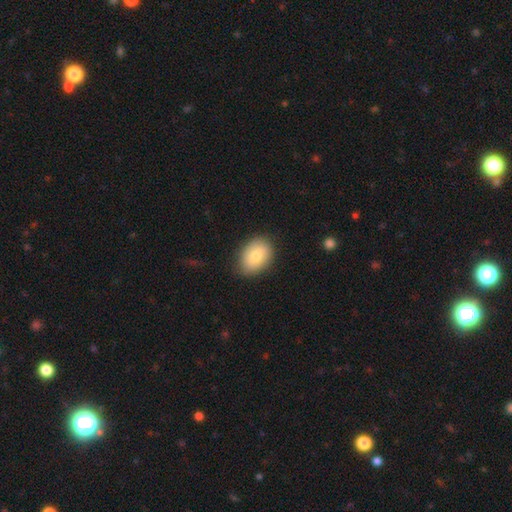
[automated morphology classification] A smooth galaxy with no disk features (77%) that is in between round and cigar-shaped (74%).

Vote fractions:
- Smooth or featured? smooth: 77% / featured or disk: 16% / star or artifact: 7%
- How rounded? in between: 74% / round: 25% / cigar-shaped: 1%
- Merging? none: 82% / minor disturbance: 14% / major disturbance: 3% / merger: 1%